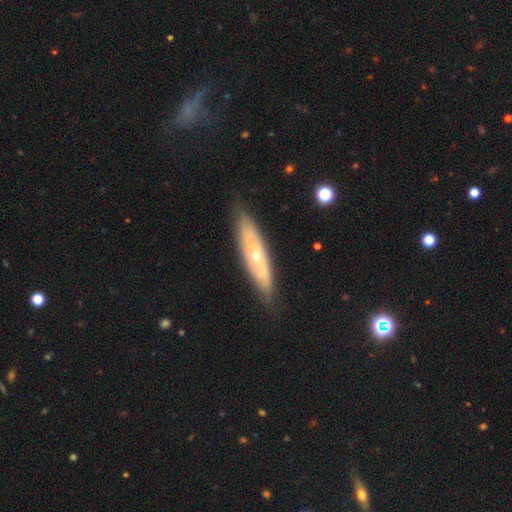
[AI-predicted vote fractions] smooth_or_featured: featured or disk (p=0.57) [alt: smooth p=0.36]
disk_edge_on: yes (p=0.52) [alt: no p=0.48]
merging: none (p=0.82) [alt: minor disturbance p=0.14]